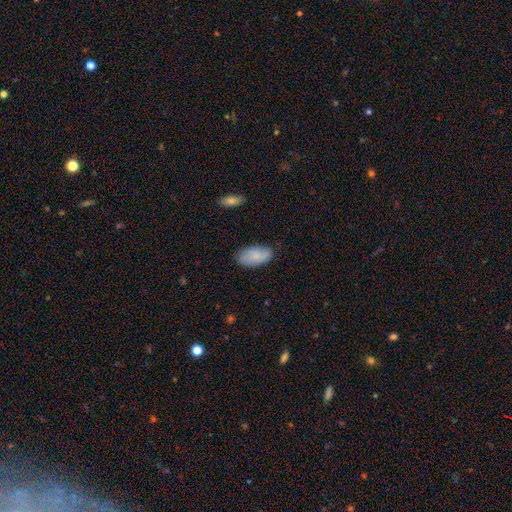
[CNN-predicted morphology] This is clearly a smooth galaxy (82%). How rounded: clearly in between (94%). Merging: clearly none (83%).